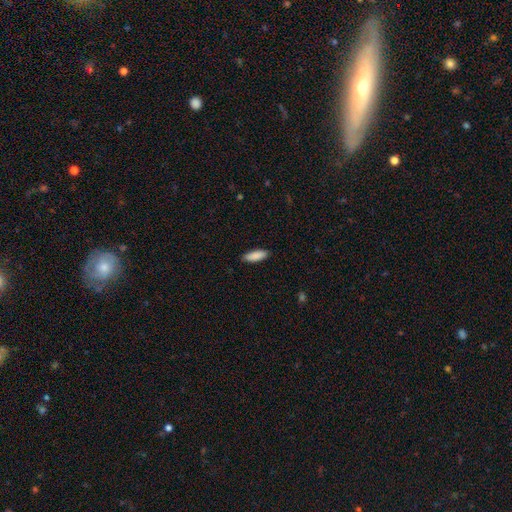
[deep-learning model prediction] A smooth galaxy with no disk features (90%) that is in between round and cigar-shaped (61%). Merging: none (89%).